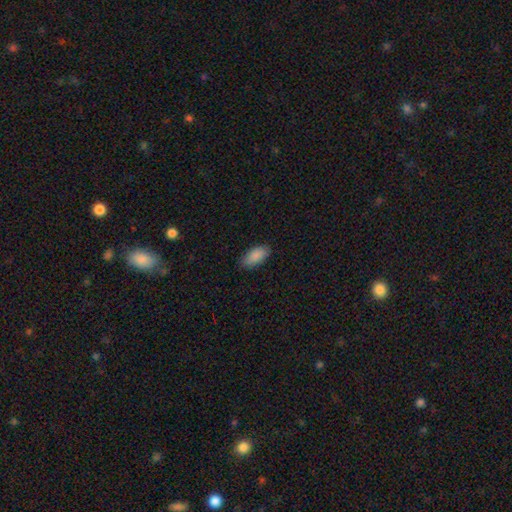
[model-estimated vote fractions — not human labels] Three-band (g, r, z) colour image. It shows a smooth galaxy with no disk features (89%) that is in between round and cigar-shaped (92%). Merging: none (85%).